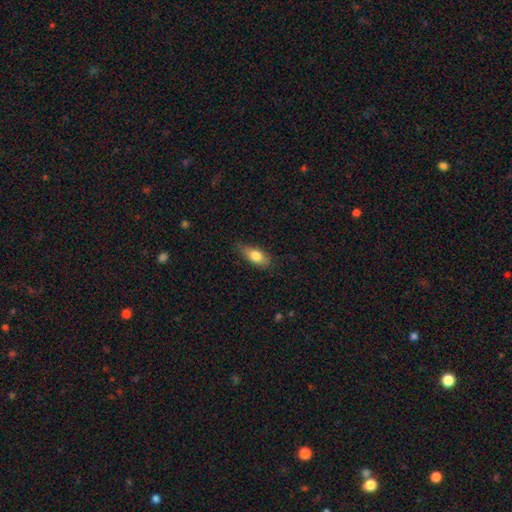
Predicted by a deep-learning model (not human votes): Morphology: type=smooth (76%); roundness=in between (77%); merging=none (74%).